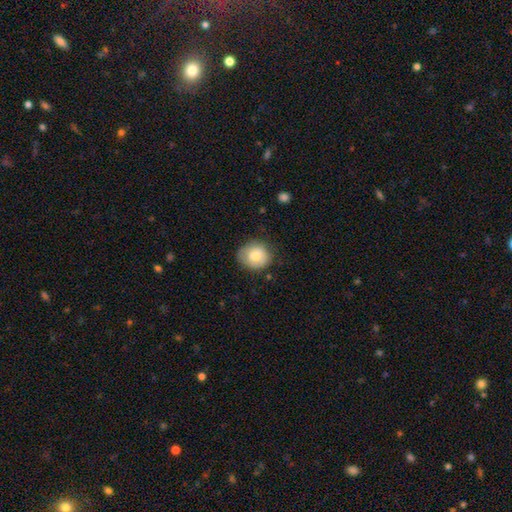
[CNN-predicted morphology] smooth_or_featured: smooth (p=0.77) [alt: featured or disk p=0.15]
how_rounded: round (p=0.74) [alt: in between p=0.25]
merging: none (p=0.73) [alt: minor disturbance p=0.21]